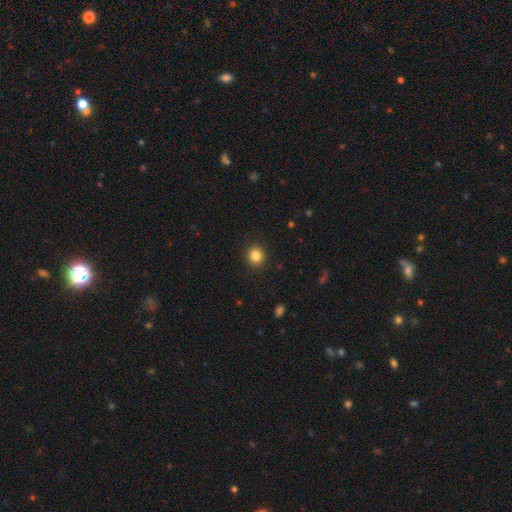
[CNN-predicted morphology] This appears to be a smooth galaxy with no disk features (84%) that is round (89%). Merging: none (91%).